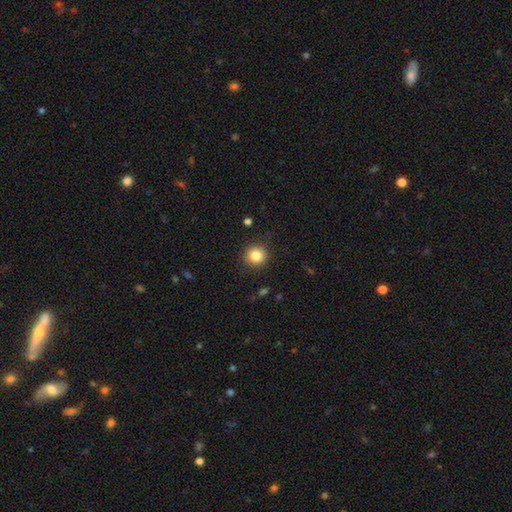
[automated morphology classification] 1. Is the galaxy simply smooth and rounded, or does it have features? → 83% smooth, 11% star or artifact, 6% featured or disk.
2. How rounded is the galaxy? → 92% round, 7% in between, 1% cigar-shaped.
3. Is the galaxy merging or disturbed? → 88% none, 8% minor disturbance, 2% major disturbance, 1% merger.